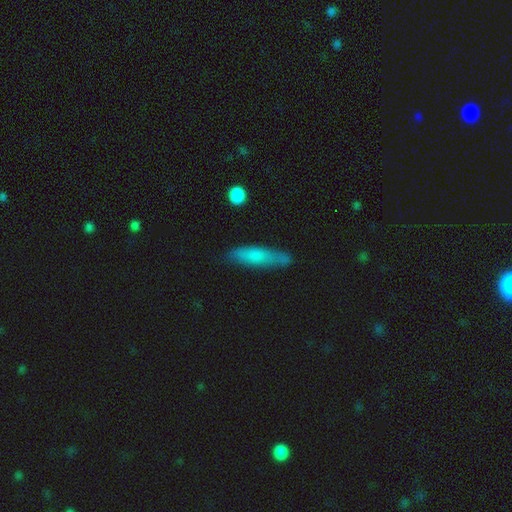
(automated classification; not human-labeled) Smooth or featured? smooth (70%)
How rounded? cigar-shaped (73%)
Merging? none (74%)